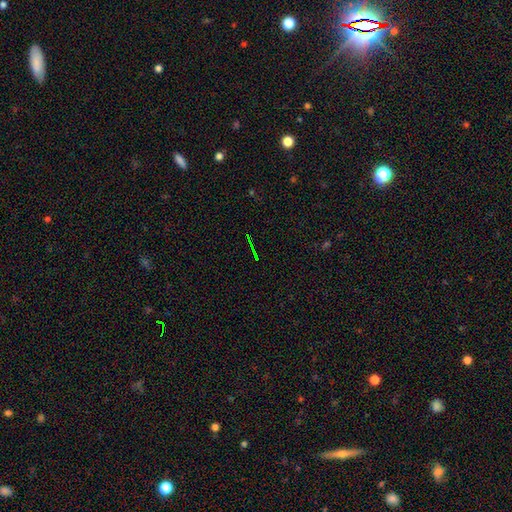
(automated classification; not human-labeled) This appears to be a star or artifact, not a galaxy (70%).